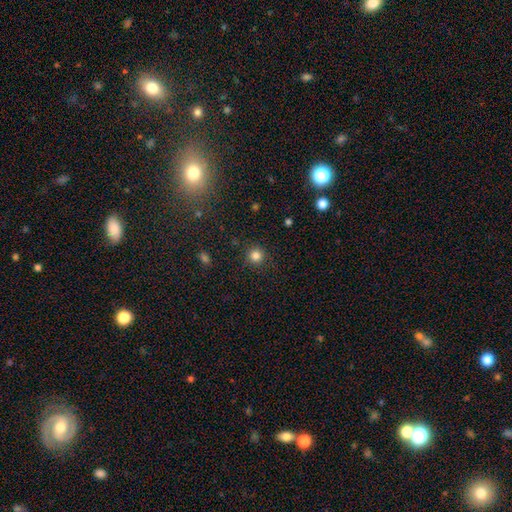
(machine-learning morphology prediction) This appears to be a smooth galaxy with no disk features (83%) that is round (94%). Merging: none (89%).